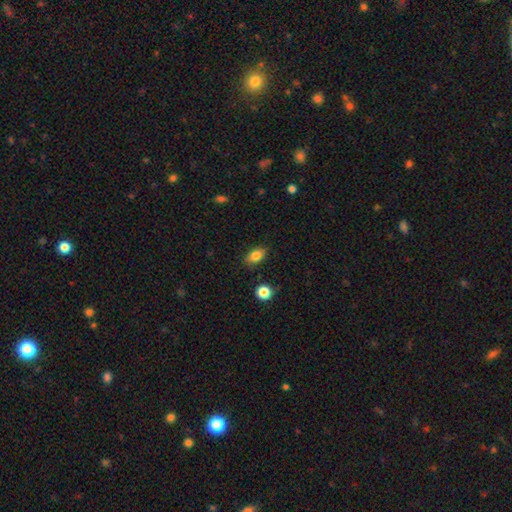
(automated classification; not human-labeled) A smooth galaxy with no disk features (81%) that is in between round and cigar-shaped (82%). Merging: none (84%).